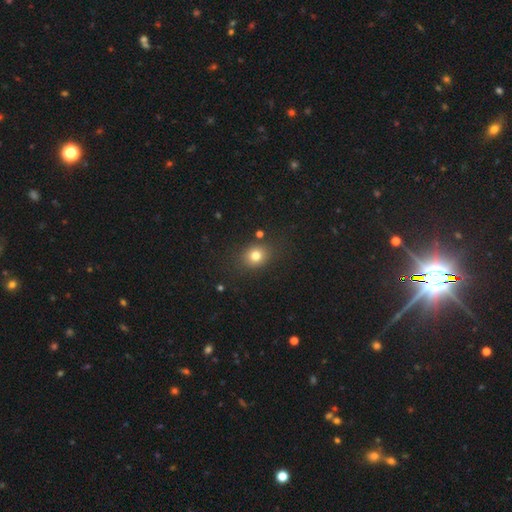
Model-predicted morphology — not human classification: This appears to be a smooth galaxy with no disk features (77%) that is round (66%). Merging: none (82%).